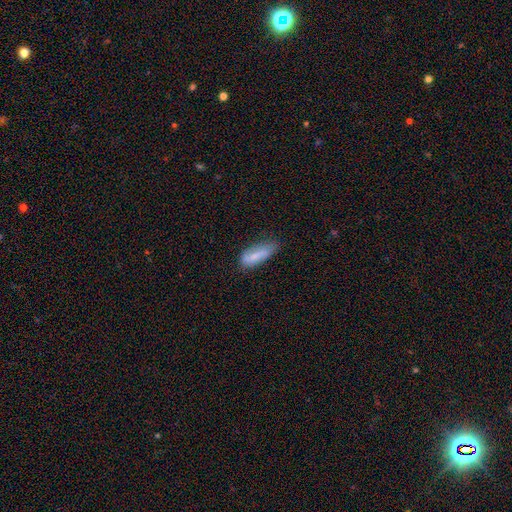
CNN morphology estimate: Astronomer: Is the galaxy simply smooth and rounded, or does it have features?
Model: smooth — 72%.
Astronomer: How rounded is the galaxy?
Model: in between — 65%.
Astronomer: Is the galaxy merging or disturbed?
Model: none — 52% (runner-up: minor disturbance, 35%).